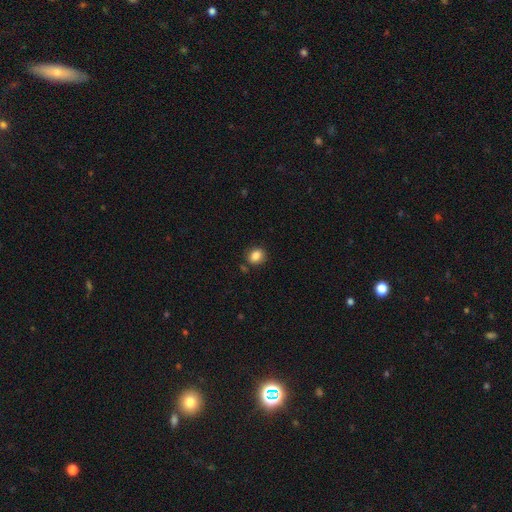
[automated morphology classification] The model was most divided on "how rounded": round: 59%, in between: 40%, cigar-shaped: 1%. More confident: smooth or featured — smooth (86%); merging — none (79%).